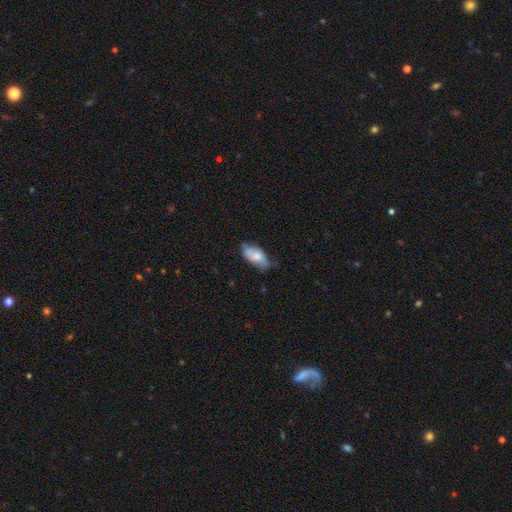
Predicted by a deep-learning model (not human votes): Q: Smooth or featured?
A: smooth (69%); runner-up: featured or disk (24%)
Q: How rounded?
A: in between (90%); runner-up: cigar-shaped (6%)
Q: Merging?
A: none (53%); runner-up: minor disturbance (35%)